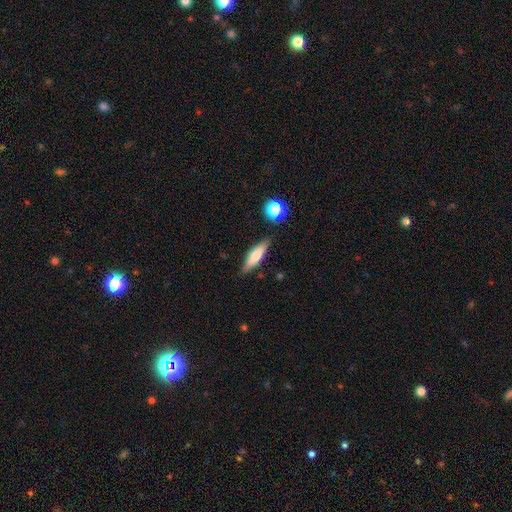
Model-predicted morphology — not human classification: smooth_or_featured: smooth (p=0.64) [alt: featured or disk p=0.29]
how_rounded: cigar-shaped (p=0.65) [alt: in between p=0.33]
merging: none (p=0.83) [alt: minor disturbance p=0.12]